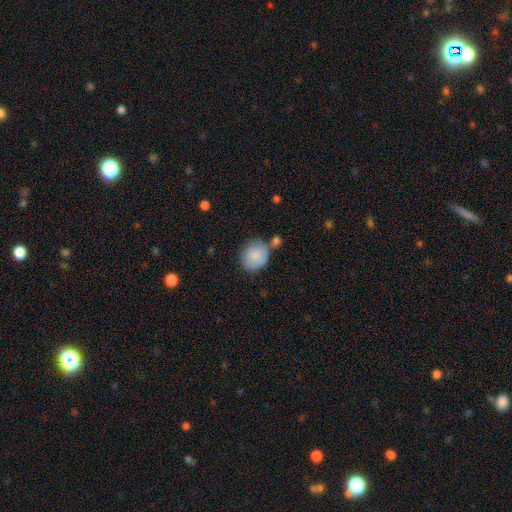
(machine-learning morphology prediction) smooth-or-featured: smooth: 84% | featured or disk: 9% | star or artifact: 7%
  how-rounded: round: 79% | in between: 20% | cigar-shaped: 1%
  merging: none: 59% | minor disturbance: 20% | merger: 14% | major disturbance: 6%